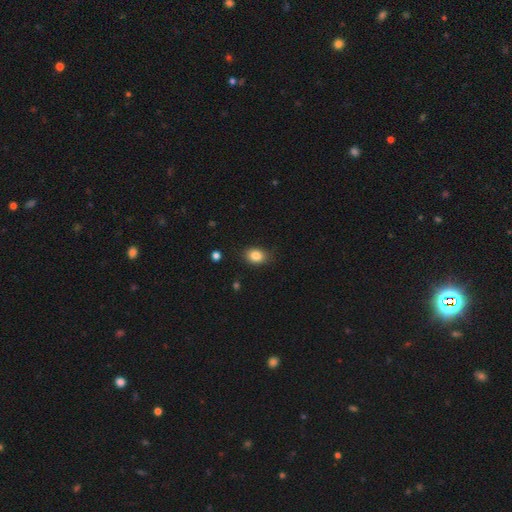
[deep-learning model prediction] Smooth or featured: smooth — 85% (star or artifact — 9%)
How rounded: in between — 67% (round — 32%)
Merging: none — 80% (minor disturbance — 15%)